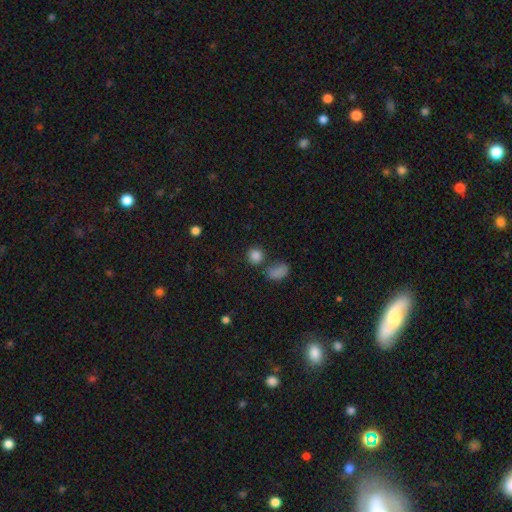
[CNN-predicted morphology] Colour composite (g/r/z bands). It shows a smooth galaxy with no disk features (82%) that is round (82%). Merging: none (65%).